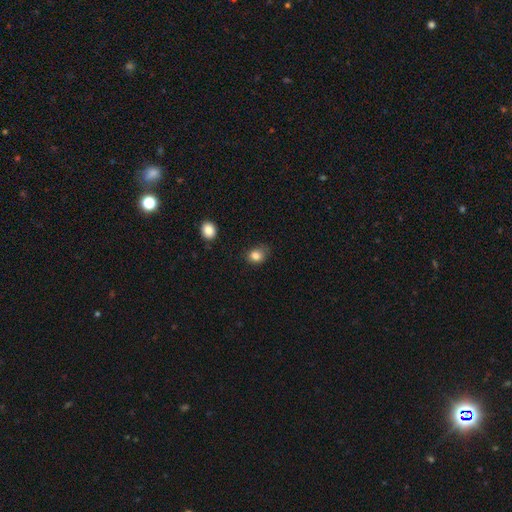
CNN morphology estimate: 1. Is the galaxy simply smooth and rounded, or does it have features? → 84% smooth, 11% star or artifact, 6% featured or disk.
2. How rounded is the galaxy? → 56% round, 43% in between, 1% cigar-shaped.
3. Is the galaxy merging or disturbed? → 60% none, 30% minor disturbance, 8% major disturbance, 2% merger.